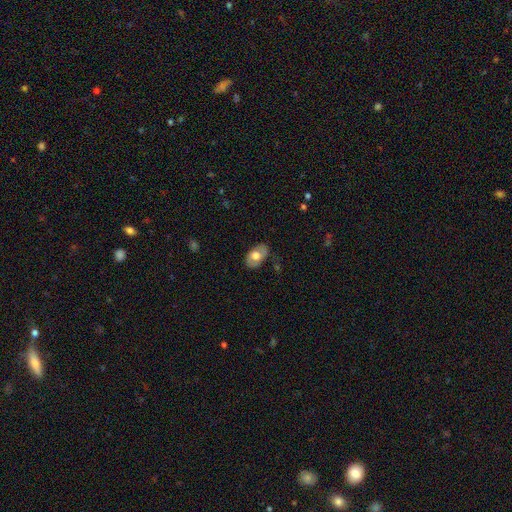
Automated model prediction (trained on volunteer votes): smooth-or-featured: smooth: 60% | featured or disk: 34% | star or artifact: 6%
  how-rounded: in between: 90% | round: 9% | cigar-shaped: 1%
  merging: none: 78% | minor disturbance: 16% | major disturbance: 4% | merger: 1%